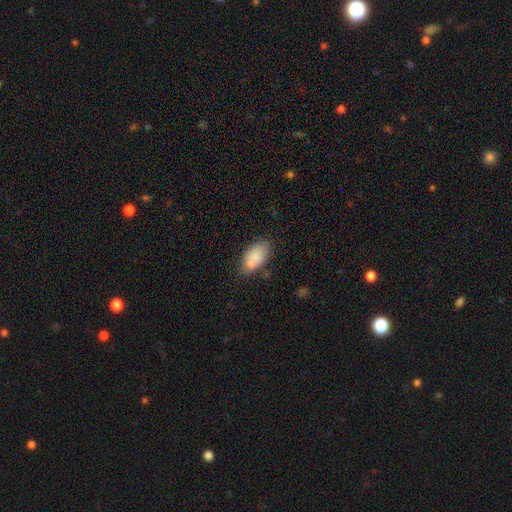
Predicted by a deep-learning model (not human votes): smooth-or-featured: smooth: 80% | featured or disk: 12% | star or artifact: 8%
  how-rounded: in between: 91% | round: 5% | cigar-shaped: 3%
  merging: none: 58% | minor disturbance: 20% | merger: 15% | major disturbance: 6%